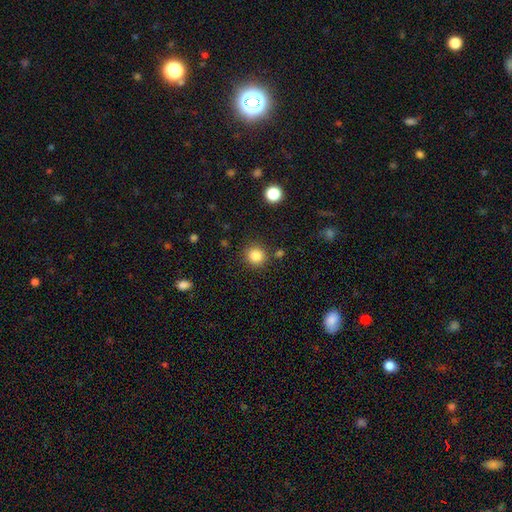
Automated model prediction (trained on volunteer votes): Overall: smooth (85%). How rounded: round (93%). Merging: none (86%).